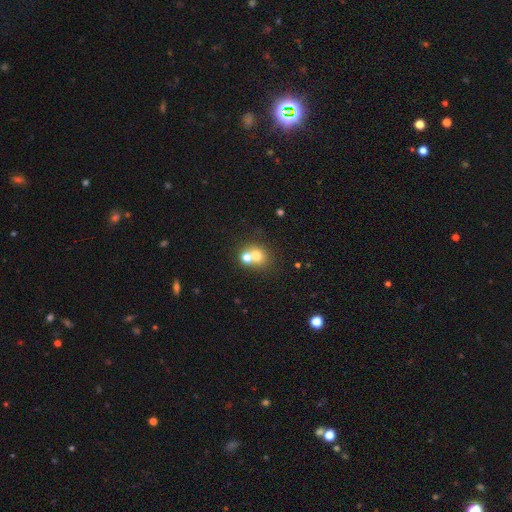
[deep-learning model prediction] Q: Smooth or featured?
A: smooth (69%); runner-up: featured or disk (17%)
Q: How rounded?
A: round (76%); runner-up: in between (23%)
Q: Merging?
A: merger (47%); runner-up: none (43%)